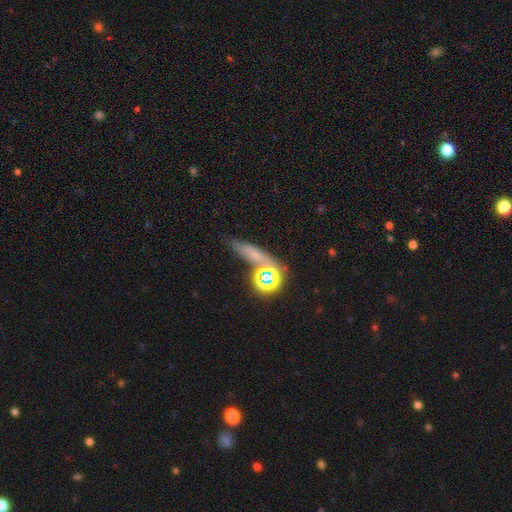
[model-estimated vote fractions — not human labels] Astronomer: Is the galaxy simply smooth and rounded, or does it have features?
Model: smooth — 43% (runner-up: star or artifact, 39%).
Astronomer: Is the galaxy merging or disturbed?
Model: none — 58%.